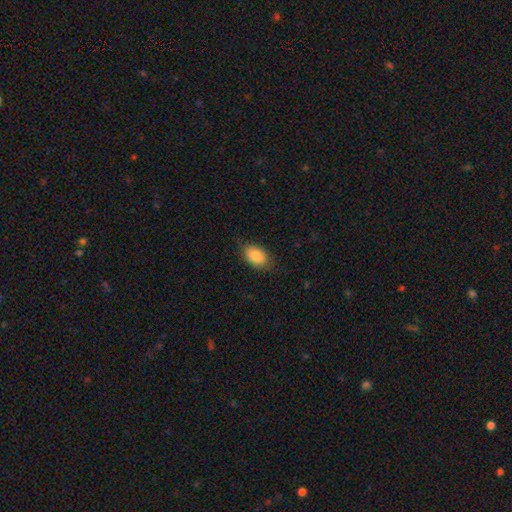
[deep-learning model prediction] A smooth galaxy with no disk features (86%) that is in between round and cigar-shaped (88%).

Vote fractions:
- Smooth or featured? smooth: 86% / featured or disk: 7% / star or artifact: 7%
- How rounded? in between: 88% / round: 11% / cigar-shaped: 1%
- Merging? none: 81% / minor disturbance: 15% / major disturbance: 3% / merger: 1%